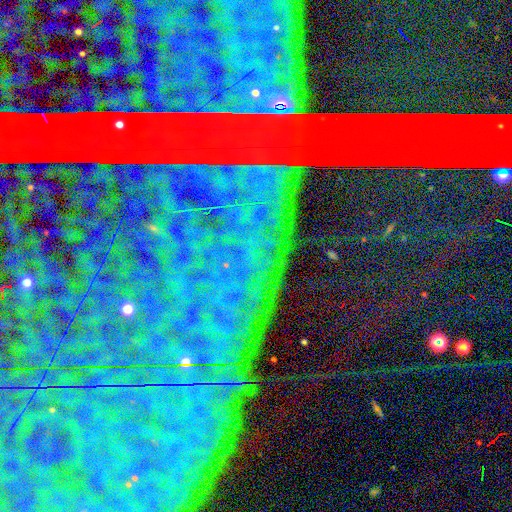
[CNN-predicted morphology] type=star or artifact (87%).